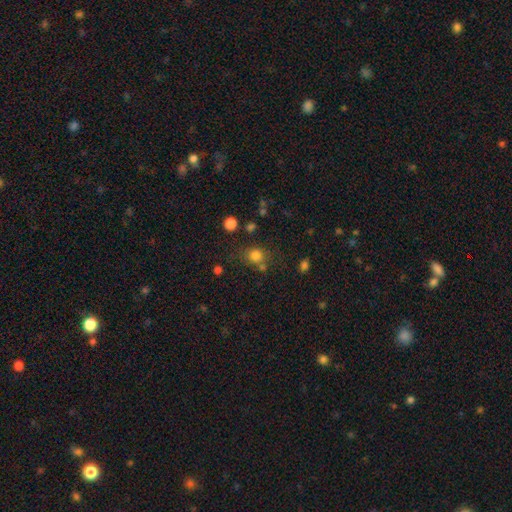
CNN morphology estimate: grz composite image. It shows a smooth galaxy with no disk features (79%) that is round (78%). Merging: none (68%).